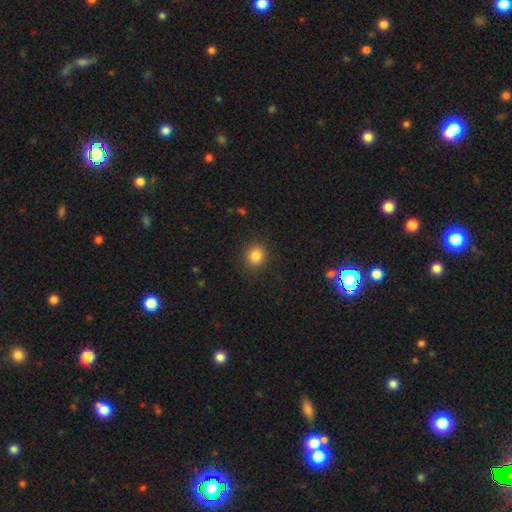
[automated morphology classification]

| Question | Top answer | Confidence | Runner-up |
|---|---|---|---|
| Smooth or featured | smooth | 85% | star or artifact (11%) |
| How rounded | round | 84% | in between (15%) |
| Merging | none | 89% | minor disturbance (7%) |